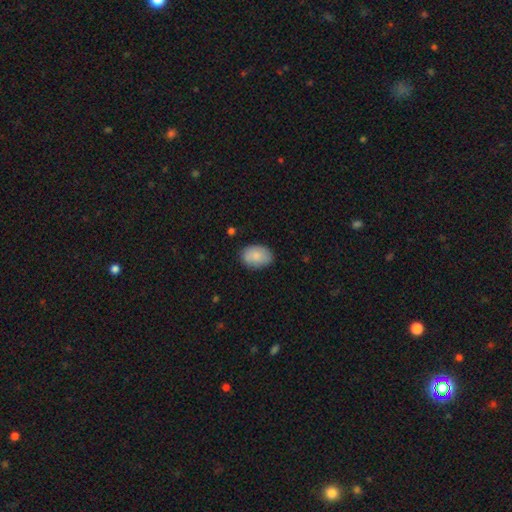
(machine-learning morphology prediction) Overall: smooth (86%). How rounded: in between (83%). Merging: none (80%).